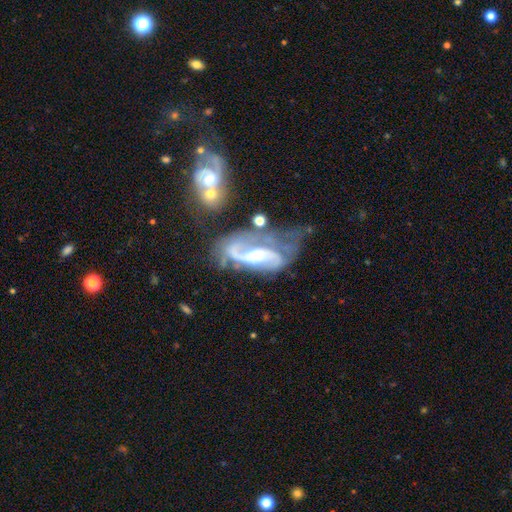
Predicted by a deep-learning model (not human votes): This appears to be a featured or disk galaxy (86%) with a weak bar (41%), 2 (78%) medium (46%) spiral arms (95%) and a moderate central bulge (52%). Merging: none (31%).